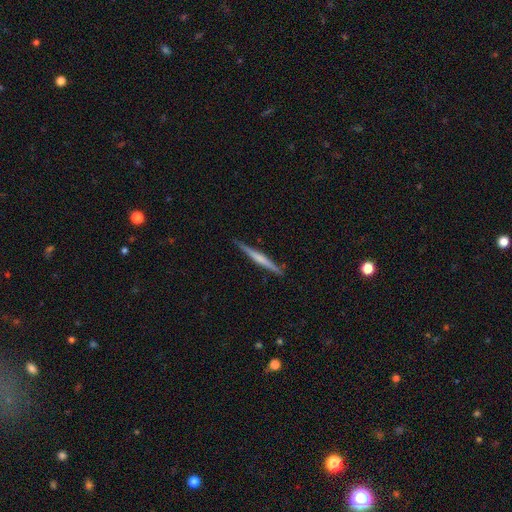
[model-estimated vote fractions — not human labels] Smooth or featured?
  - featured or disk: 61% *
  - smooth: 33%
  - star or artifact: 6%
Edge-on disk?
  - yes: 98% *
  - no: 2%
Edge-on bulge?
  - none: 46% *
  - rounded: 41%
  - boxy: 13%
Merging?
  - none: 89% *
  - minor disturbance: 8%
  - major disturbance: 1%
  - merger: 1%